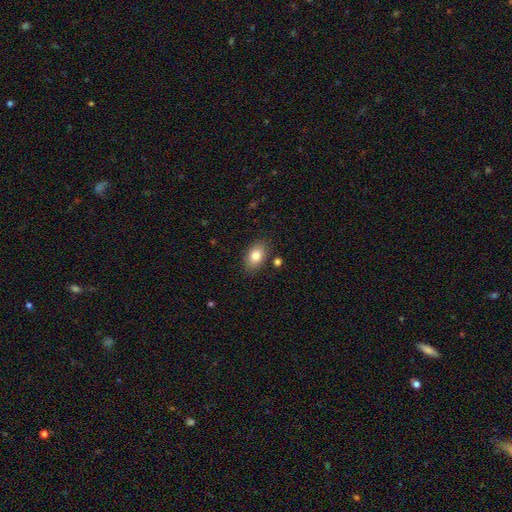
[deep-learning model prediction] A smooth galaxy with no disk features (82%) that is in between round and cigar-shaped (84%). Merging: none (83%).